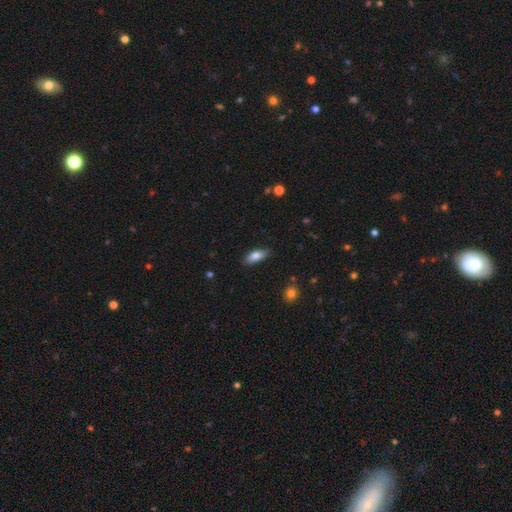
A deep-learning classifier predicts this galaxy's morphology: type=smooth (77%); roundness=in between (75%); merging=none (85%).